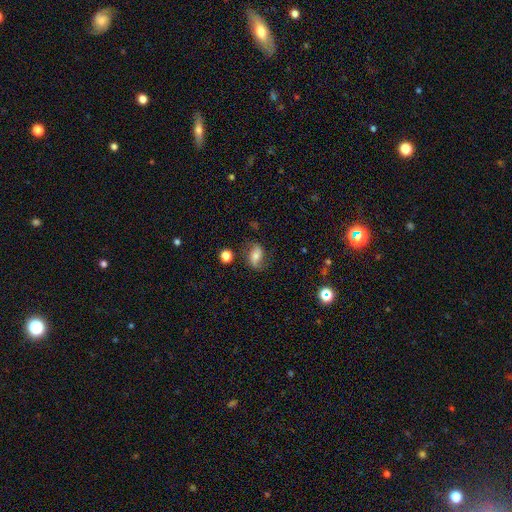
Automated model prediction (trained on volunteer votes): Overall: featured or disk (46%; smooth 43%). Merging: none (67%).